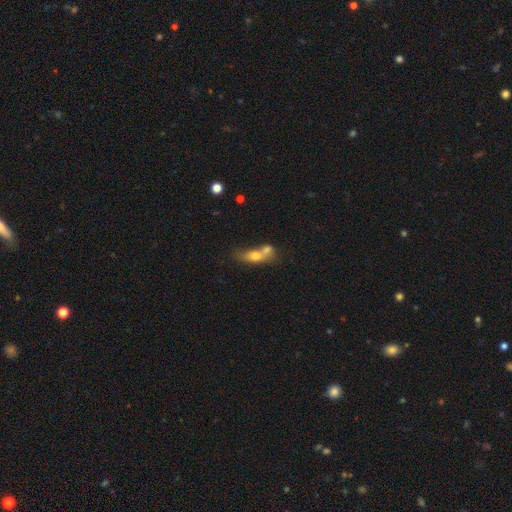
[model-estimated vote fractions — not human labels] This is likely a smooth galaxy (63%). How rounded: possibly in between (56%). Merging: likely merger (63%).